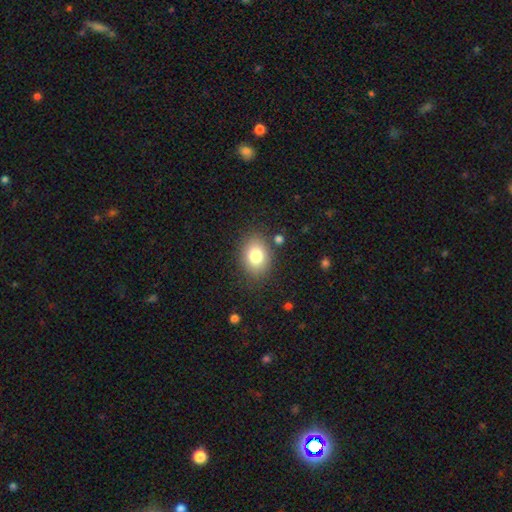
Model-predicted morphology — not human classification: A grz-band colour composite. It shows a smooth galaxy with no disk features (81%) that is in between round and cigar-shaped (64%). Merging: none (82%).